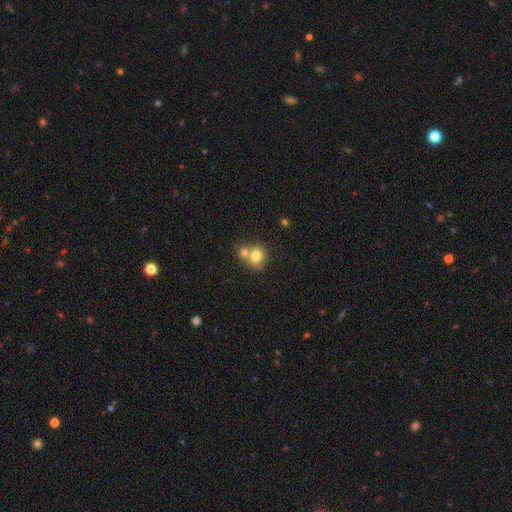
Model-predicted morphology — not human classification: Smooth or featured? Predicted: smooth (p=0.76). How rounded? Predicted: round (p=0.77). Merging? Predicted: merger (p=0.53).